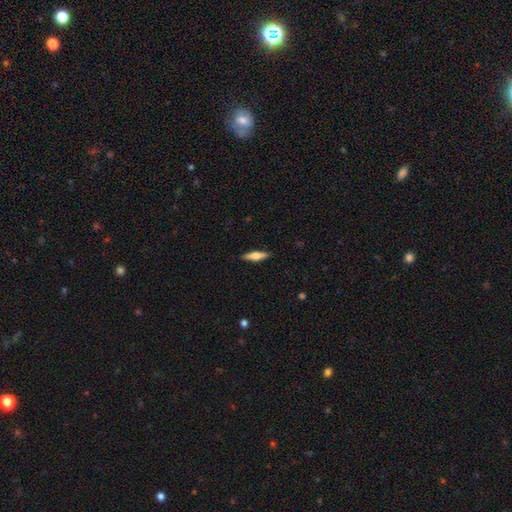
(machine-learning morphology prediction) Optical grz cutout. It shows a smooth galaxy with no disk features (56%) that is cigar-shaped (68%). Merging: none (89%).